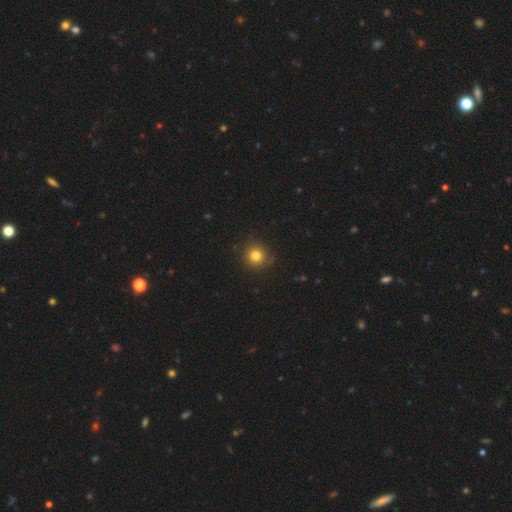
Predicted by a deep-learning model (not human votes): Smooth or featured? Predicted: smooth (p=0.81). How rounded? Predicted: round (p=0.93). Merging? Predicted: none (p=0.86).